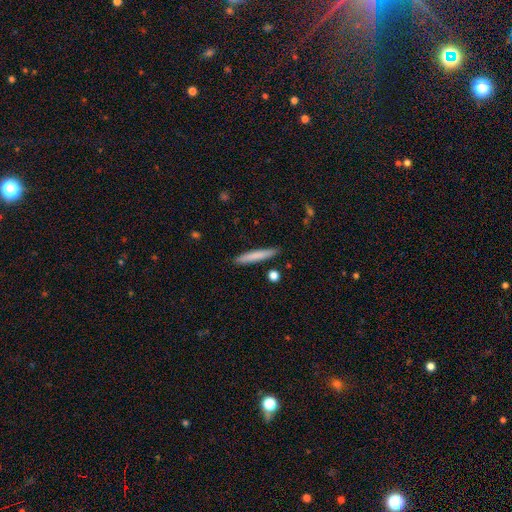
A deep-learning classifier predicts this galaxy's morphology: This is likely a smooth galaxy (76%). How rounded: clearly cigar-shaped (95%). Merging: clearly none (89%).